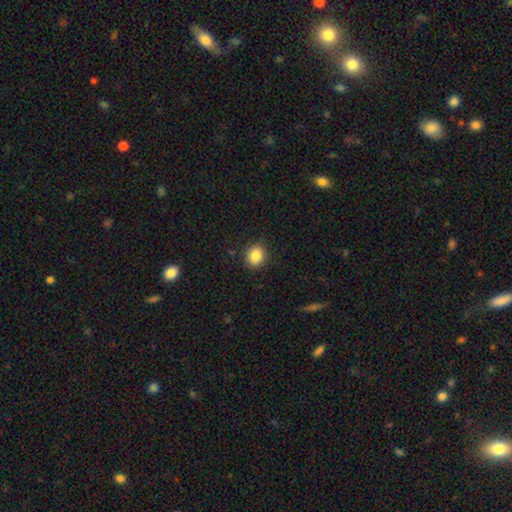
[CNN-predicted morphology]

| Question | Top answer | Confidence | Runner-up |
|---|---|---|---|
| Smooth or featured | smooth | 86% | star or artifact (9%) |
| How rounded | round | 65% | in between (34%) |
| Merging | none | 88% | minor disturbance (9%) |